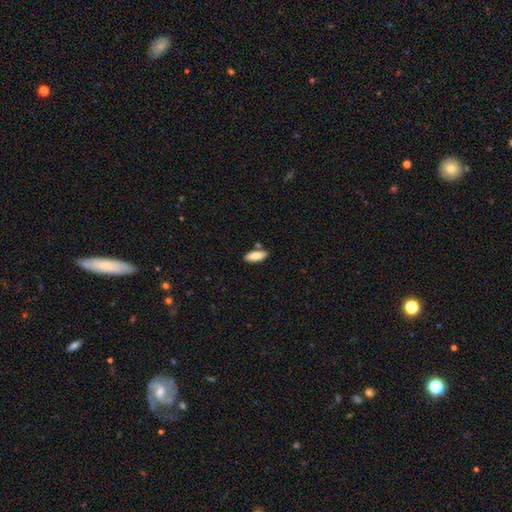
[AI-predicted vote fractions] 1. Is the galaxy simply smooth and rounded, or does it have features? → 82% smooth, 11% featured or disk, 6% star or artifact.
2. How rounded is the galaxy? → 79% in between, 19% cigar-shaped, 2% round.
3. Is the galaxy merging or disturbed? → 80% none, 12% minor disturbance, 6% merger, 2% major disturbance.